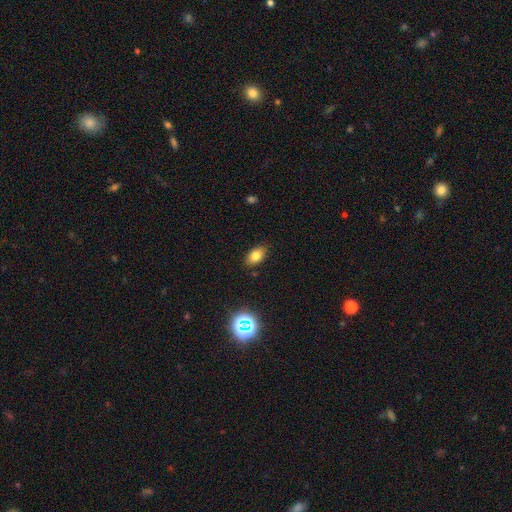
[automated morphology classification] Smooth or featured? smooth (79%)
How rounded? in between (87%)
Merging? none (86%)